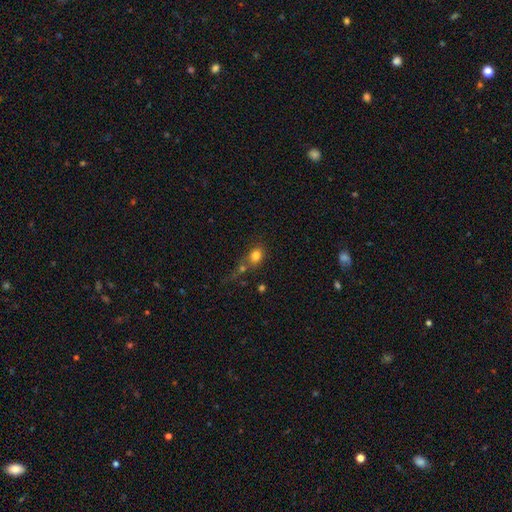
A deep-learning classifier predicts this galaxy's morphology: This appears to be a smooth galaxy with no disk features (79%) that is round (50%). Merging: none (44%).